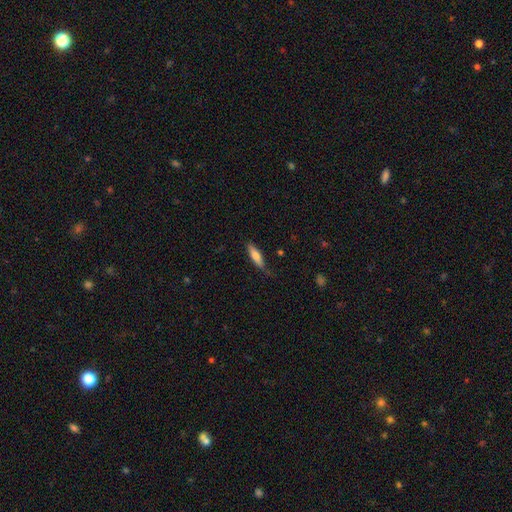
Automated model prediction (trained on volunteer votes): smooth 72%, featured or disk 22%, star or artifact 6%. Down the decision tree: how rounded — cigar-shaped (65%); merging — none (74%).